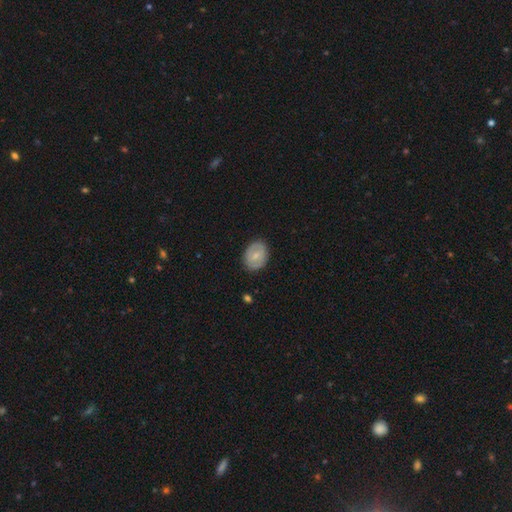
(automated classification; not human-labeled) smooth-or-featured: smooth: 51% | featured or disk: 43% | star or artifact: 6%
  how-rounded: in between: 58% | round: 41% | cigar-shaped: 1%
  merging: none: 82% | minor disturbance: 13% | major disturbance: 3% | merger: 1%